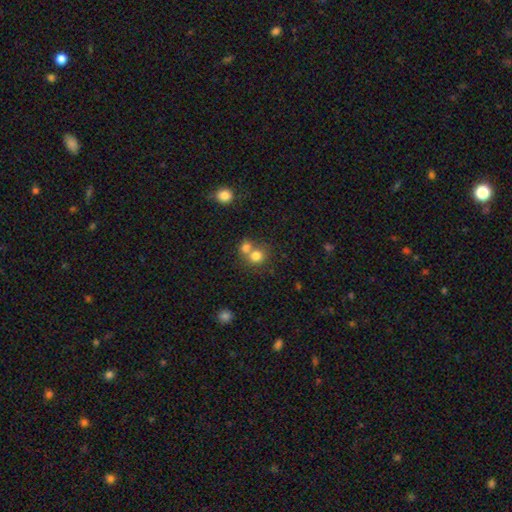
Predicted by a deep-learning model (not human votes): A smooth galaxy with no disk features (77%) that is round (81%). Merging: merger (49%).